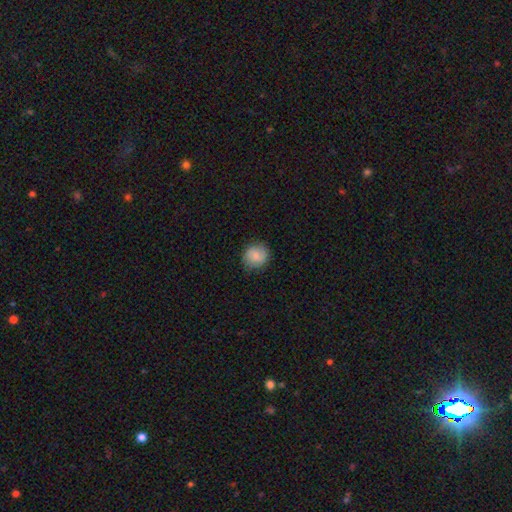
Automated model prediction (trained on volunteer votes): This is likely a smooth galaxy (73%). How rounded: clearly round (85%). Merging: clearly none (82%).